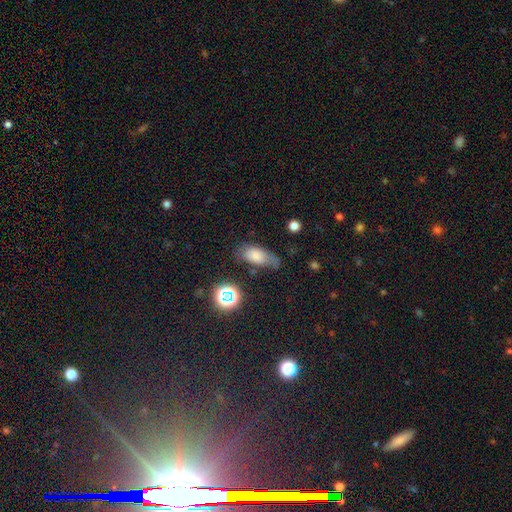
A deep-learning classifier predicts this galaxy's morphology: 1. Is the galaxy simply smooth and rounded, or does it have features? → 69% smooth, 19% featured or disk, 12% star or artifact.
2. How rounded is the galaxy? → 84% in between, 9% cigar-shaped, 7% round.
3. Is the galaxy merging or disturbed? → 40% none, 34% minor disturbance, 20% major disturbance, 5% merger.